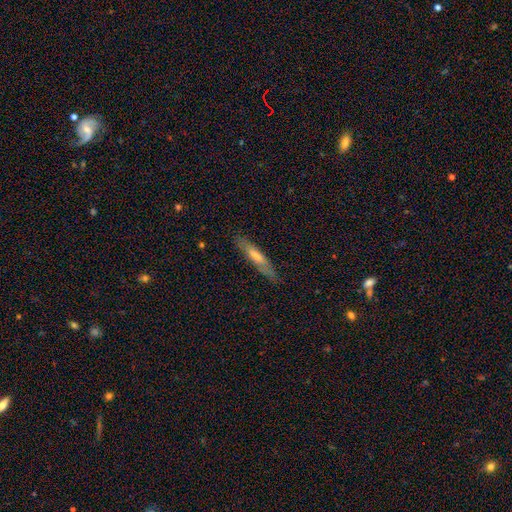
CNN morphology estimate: Overall: smooth (52%; featured or disk 41%). How rounded: cigar-shaped (89%). Merging: none (83%).